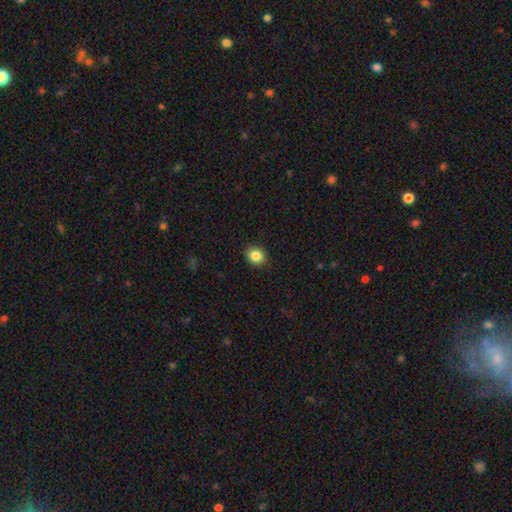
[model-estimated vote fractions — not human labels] Smooth or featured: smooth — 85% (star or artifact — 10%)
How rounded: round — 63% (in between — 36%)
Merging: none — 90% (minor disturbance — 7%)